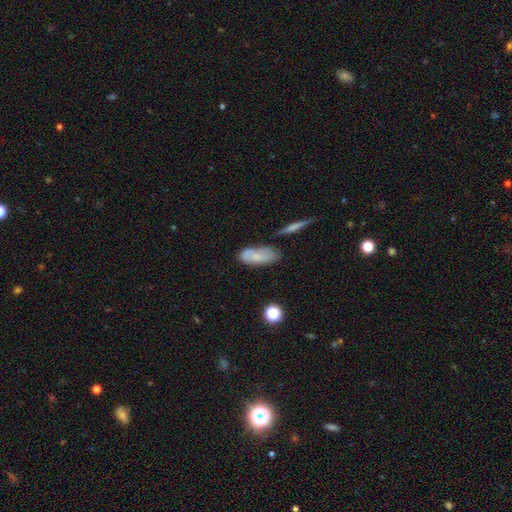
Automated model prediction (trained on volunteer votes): Smooth or featured? smooth (65%)
How rounded? in between (81%)
Merging? none (58%)